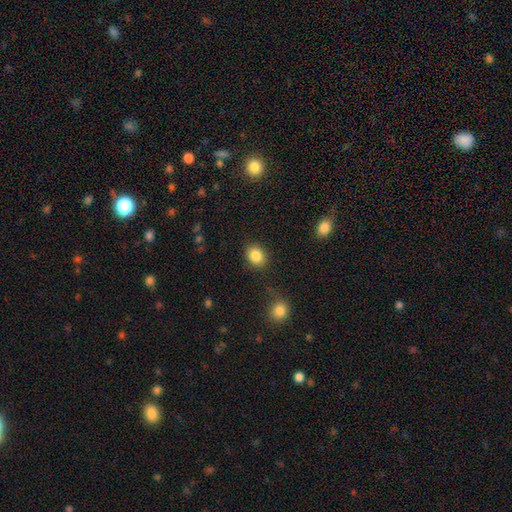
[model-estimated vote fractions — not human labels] Q: Smooth or featured?
A: smooth (85%); runner-up: star or artifact (9%)
Q: How rounded?
A: round (62%); runner-up: in between (37%)
Q: Merging?
A: none (86%); runner-up: minor disturbance (9%)